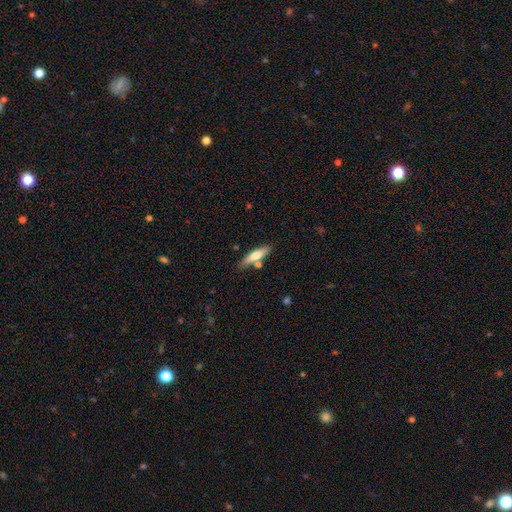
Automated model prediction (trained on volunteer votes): Morphology: type=smooth (65%); roundness=cigar-shaped (76%); merging=none (75%).